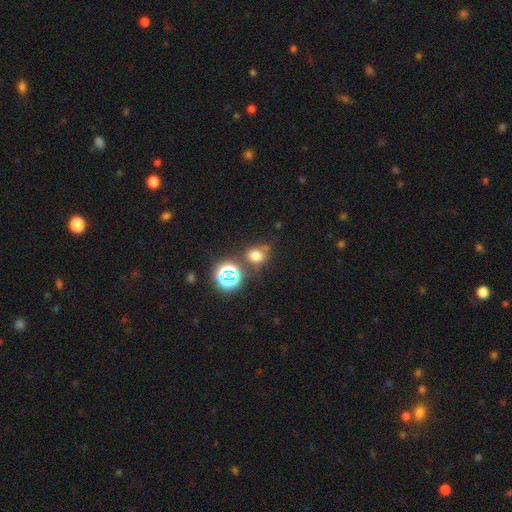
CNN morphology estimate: smooth-or-featured: smooth: 66% | star or artifact: 25% | featured or disk: 9%
  how-rounded: round: 64% | in between: 35% | cigar-shaped: 1%
  merging: none: 64% | minor disturbance: 17% | merger: 13% | major disturbance: 6%